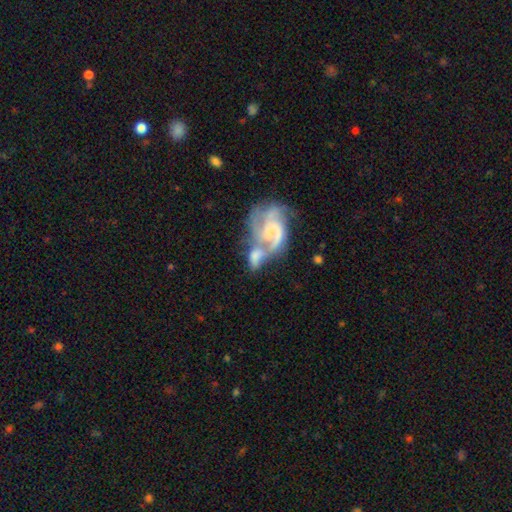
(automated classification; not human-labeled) Smooth or featured?
  - featured or disk: 66% *
  - smooth: 26%
  - star or artifact: 8%
Edge-on disk?
  - no: 97% *
  - yes: 3%
Bar?
  - no: 62% *
  - weak: 29%
  - strong: 8%
Spiral arms?
  - yes: 84% *
  - no: 16%
Spiral winding?
  - medium: 43% *
  - loose: 31%
  - tight: 26%
Spiral arm count?
  - 2: 44% *
  - can't tell: 21%
  - 3: 18%
  - 1: 8%
  - 4: 5%
  - more than 4: 4%
Bulge size?
  - small: 47% *
  - none: 27%
  - moderate: 19%
  - large: 5%
  - dominant: 2%
Merging?
  - merger: 65% *
  - none: 15%
  - major disturbance: 12%
  - minor disturbance: 8%